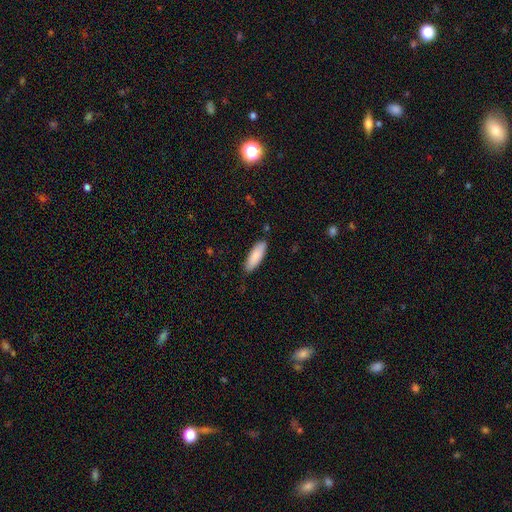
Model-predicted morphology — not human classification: smooth-or-featured: smooth: 87% | featured or disk: 8% | star or artifact: 6%
  how-rounded: in between: 59% | cigar-shaped: 39% | round: 1%
  merging: none: 85% | minor disturbance: 12% | major disturbance: 2% | merger: 1%